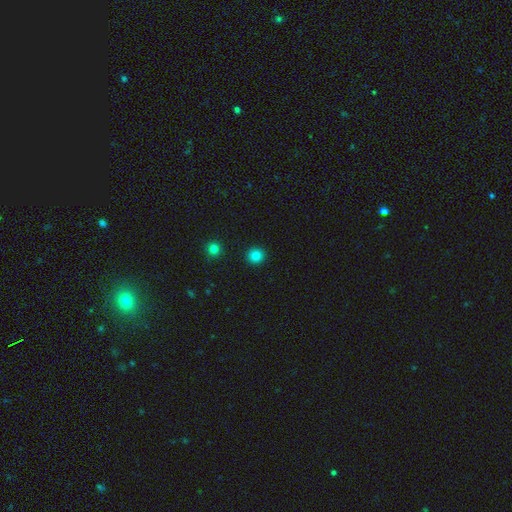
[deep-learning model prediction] The model was most divided on "smooth or featured": smooth: 83%, star or artifact: 12%, featured or disk: 5%. More confident: how rounded — round (93%); merging — none (93%).